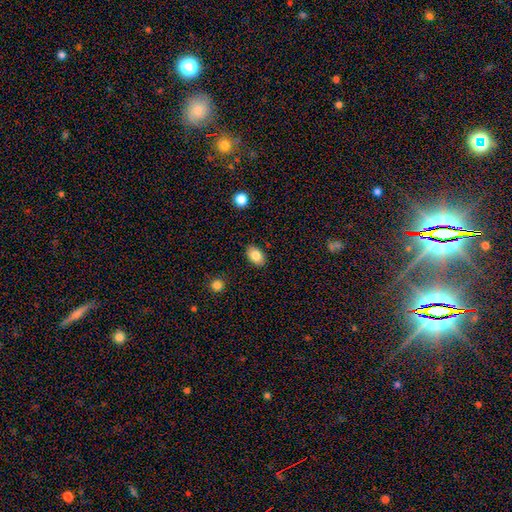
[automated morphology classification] This appears to be a smooth galaxy with no disk features (83%) that is in between round and cigar-shaped (86%). Merging: none (87%).